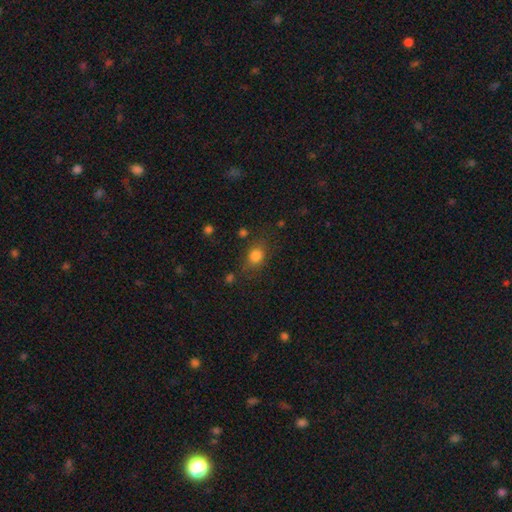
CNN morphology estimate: Smooth or featured? Predicted: smooth (p=0.81). How rounded? Predicted: in between (p=0.52). Merging? Predicted: none (p=0.74).